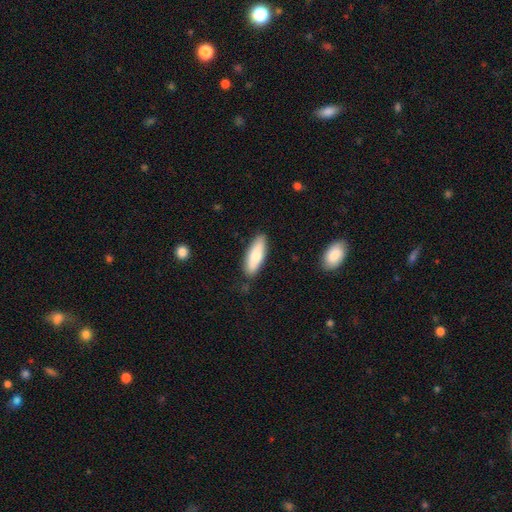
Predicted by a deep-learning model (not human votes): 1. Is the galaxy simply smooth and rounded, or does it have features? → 74% smooth, 21% featured or disk, 6% star or artifact.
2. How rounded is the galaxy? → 60% in between, 38% cigar-shaped, 2% round.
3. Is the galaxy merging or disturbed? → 86% none, 11% minor disturbance, 2% major disturbance, 2% merger.